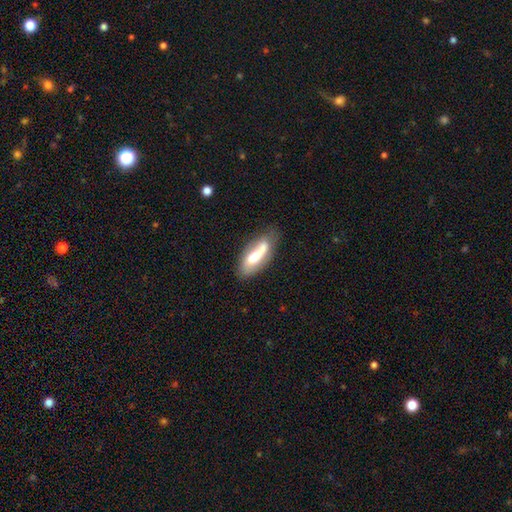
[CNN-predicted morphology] This is possibly a smooth galaxy (56%). How rounded: possibly in between (59%). Merging: possibly none (55%).